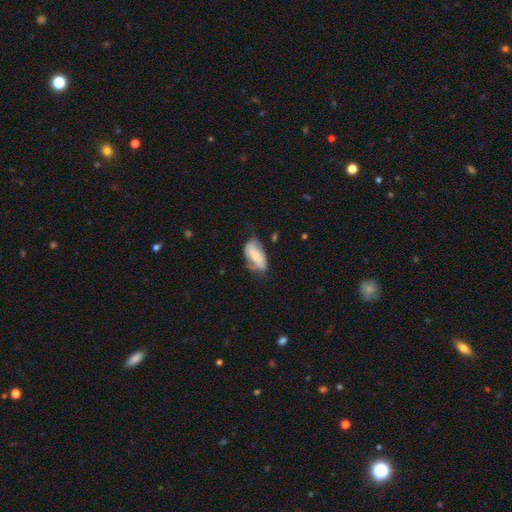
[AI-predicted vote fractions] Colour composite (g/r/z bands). It shows a smooth galaxy with no disk features (56%) that is in between round and cigar-shaped (91%). Merging: none (46%).